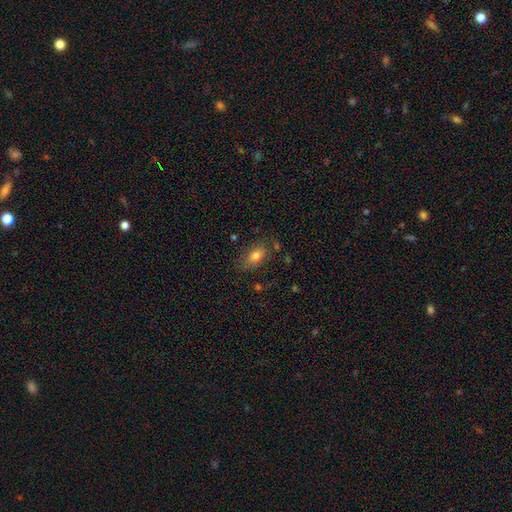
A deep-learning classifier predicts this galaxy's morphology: This appears to be a smooth galaxy with no disk features (76%) that is in between round and cigar-shaped (86%). Merging: none (69%).